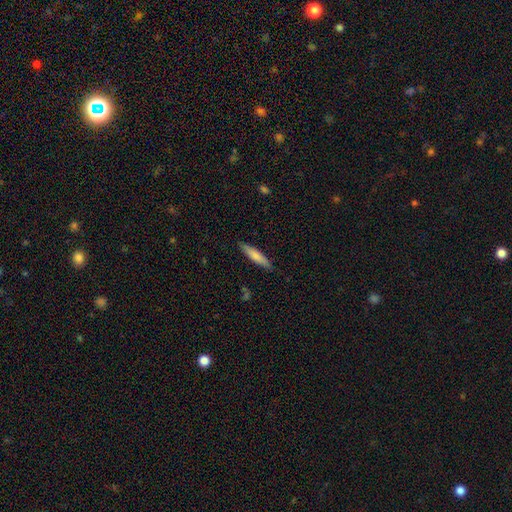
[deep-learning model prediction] Smooth or featured? smooth (73%)
How rounded? cigar-shaped (86%)
Merging? none (88%)